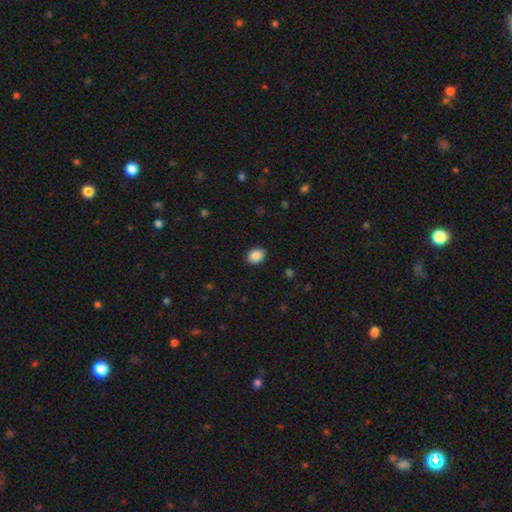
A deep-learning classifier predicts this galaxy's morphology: Overall: smooth (89%). How rounded: in between (66%; round 33%). Merging: none (90%).